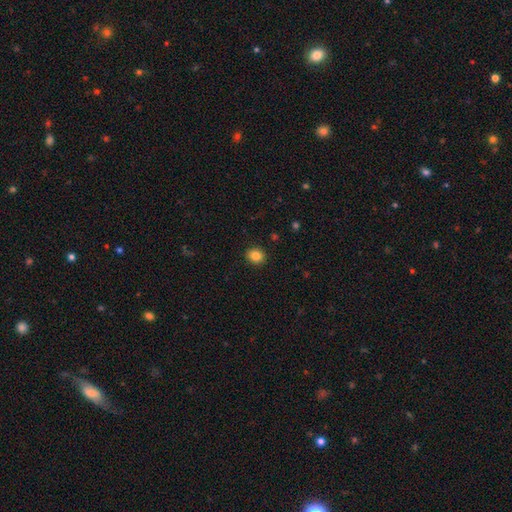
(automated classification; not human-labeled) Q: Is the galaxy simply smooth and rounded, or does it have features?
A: smooth — 85%.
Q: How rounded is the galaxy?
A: round — 75%.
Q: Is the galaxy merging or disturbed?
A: none — 91%.